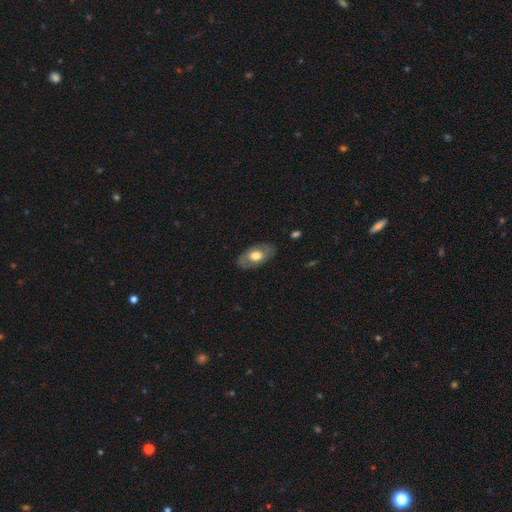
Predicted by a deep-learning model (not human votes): Morphology: type=smooth (53%); roundness=in between (91%); merging=none (81%).